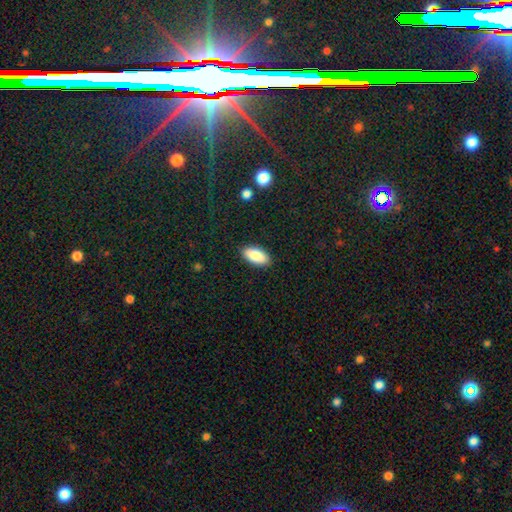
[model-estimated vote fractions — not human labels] A smooth galaxy with no disk features (86%) that is in between round and cigar-shaped (91%).

Vote fractions:
- Smooth or featured? smooth: 86% / featured or disk: 7% / star or artifact: 6%
- How rounded? in between: 91% / cigar-shaped: 7% / round: 2%
- Merging? none: 89% / minor disturbance: 8% / major disturbance: 2% / merger: 1%